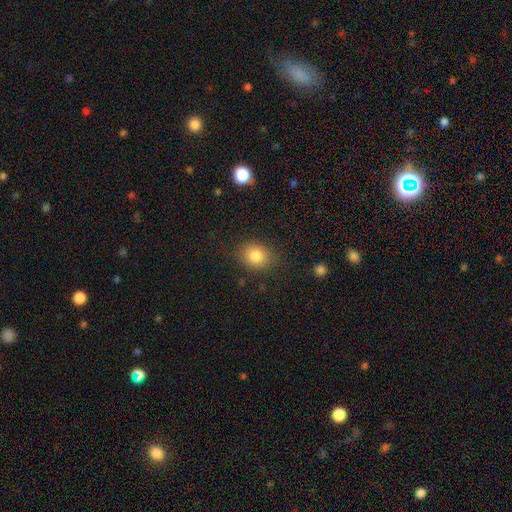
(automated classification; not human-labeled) Overall: smooth (84%). How rounded: round (58%; in between 41%). Merging: none (83%).